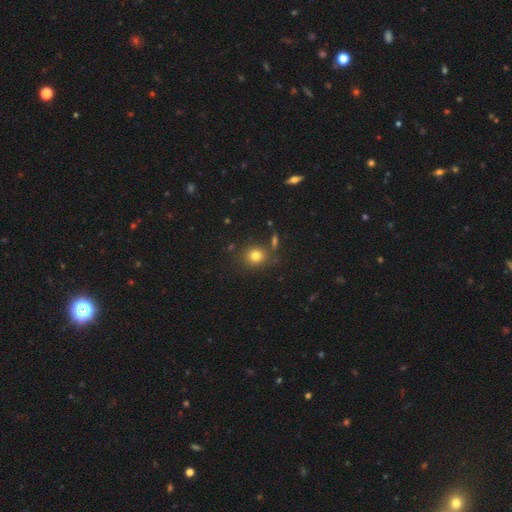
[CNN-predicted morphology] Smooth or featured?
  - smooth: 78% *
  - star or artifact: 14%
  - featured or disk: 8%
How rounded?
  - round: 79% *
  - in between: 20%
  - cigar-shaped: 1%
Merging?
  - none: 78% *
  - minor disturbance: 11%
  - merger: 8%
  - major disturbance: 4%